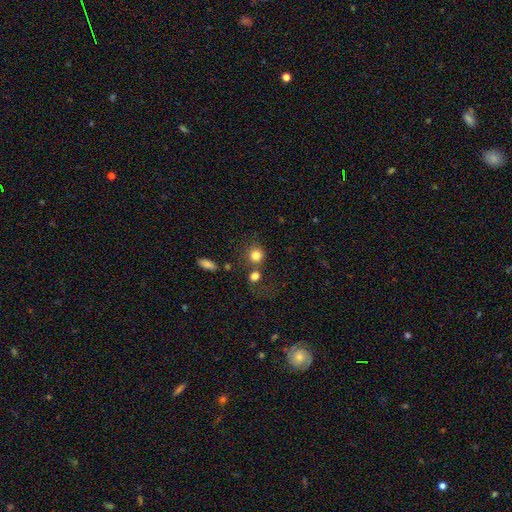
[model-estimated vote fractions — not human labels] The model was most divided on "merging": none: 60%, merger: 23%, minor disturbance: 11%, major disturbance: 7%. More confident: how rounded — round (86%); smooth or featured — smooth (81%).